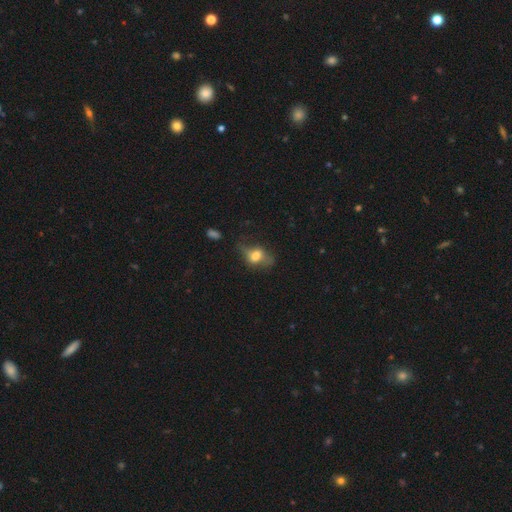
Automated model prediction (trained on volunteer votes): Overall: smooth (57%; featured or disk 32%). How rounded: in between (71%). Merging: none (44%; minor disturbance 28%).